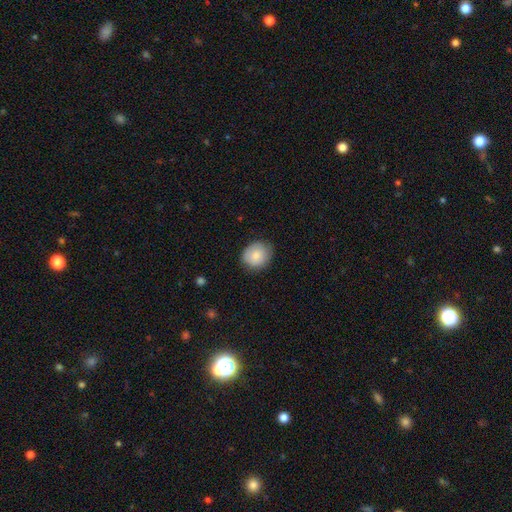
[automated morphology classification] This appears to be a smooth galaxy with no disk features (82%) that is round (71%). Merging: none (76%).